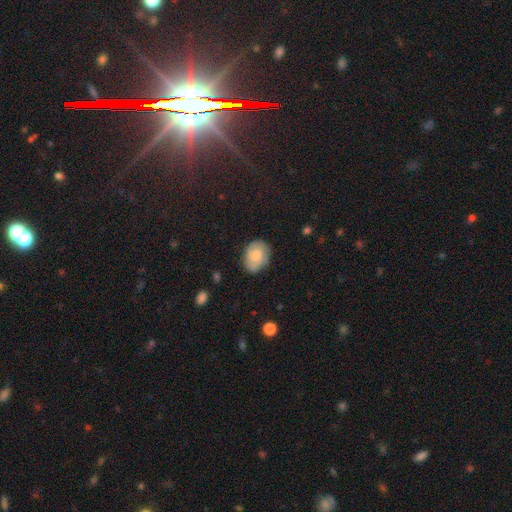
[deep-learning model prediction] Q: Smooth or featured?
A: smooth (62%); runner-up: featured or disk (30%)
Q: How rounded?
A: in between (66%); runner-up: round (33%)
Q: Merging?
A: none (72%); runner-up: minor disturbance (21%)